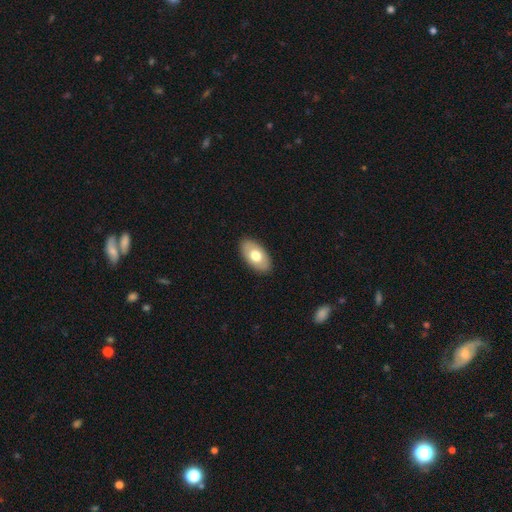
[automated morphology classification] Smooth or featured: smooth — 68% (featured or disk — 26%)
How rounded: in between — 94% (round — 4%)
Merging: none — 88% (minor disturbance — 9%)